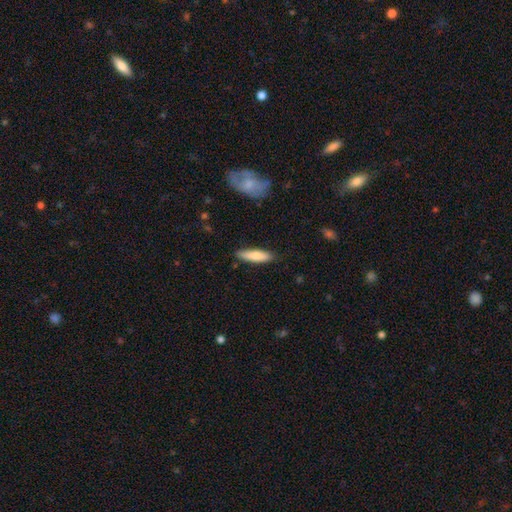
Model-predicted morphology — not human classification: type=smooth (78%); roundness=cigar-shaped (65%); merging=none (86%).